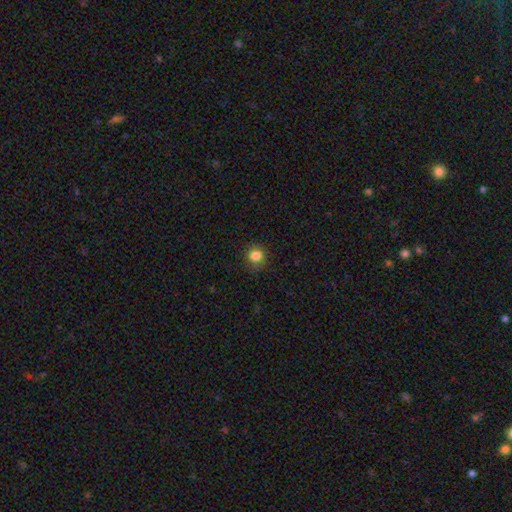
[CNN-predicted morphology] This is clearly a smooth galaxy (84%). How rounded: clearly round (86%). Merging: clearly none (86%).